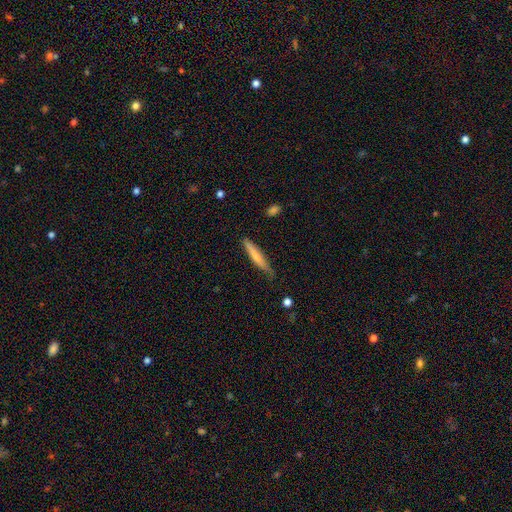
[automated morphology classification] A smooth galaxy with no disk features (59%) that is cigar-shaped (92%). Merging: none (74%).